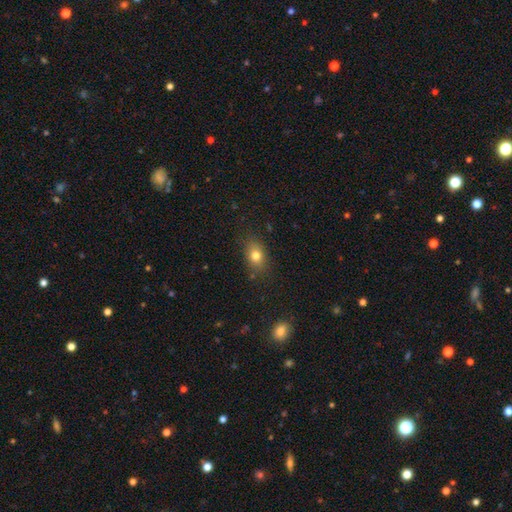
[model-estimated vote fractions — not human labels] smooth 78%, star or artifact 12%, featured or disk 10%. Down the decision tree: how rounded — in between (67%); merging — none (80%).